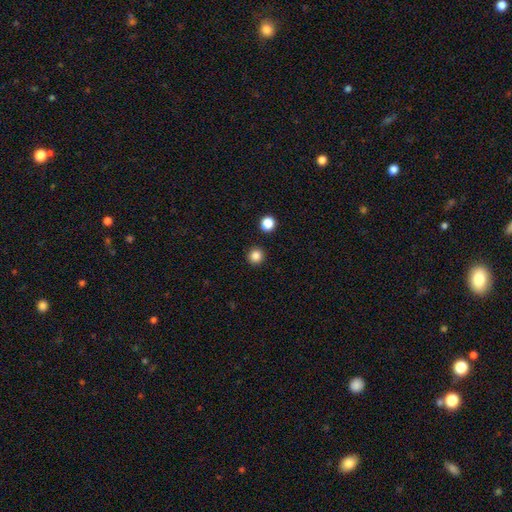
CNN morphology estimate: smooth 85%, star or artifact 12%, featured or disk 3%. Down the decision tree: how rounded — round (95%); merging — none (93%).